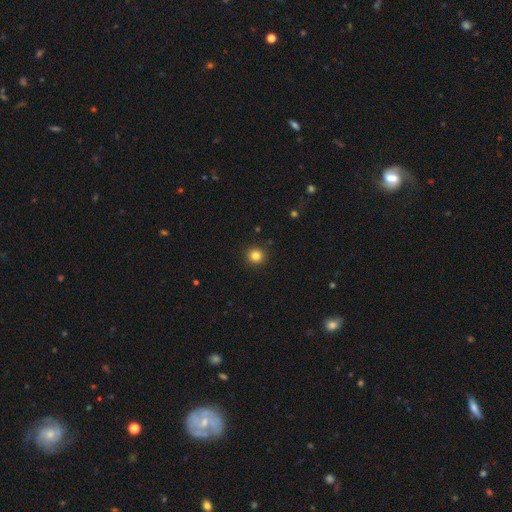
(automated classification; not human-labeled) A smooth galaxy with no disk features (83%) that is round (93%).

Vote fractions:
- Smooth or featured? smooth: 83% / star or artifact: 12% / featured or disk: 5%
- How rounded? round: 93% / in between: 6% / cigar-shaped: 1%
- Merging? none: 92% / minor disturbance: 5% / major disturbance: 2% / merger: 1%